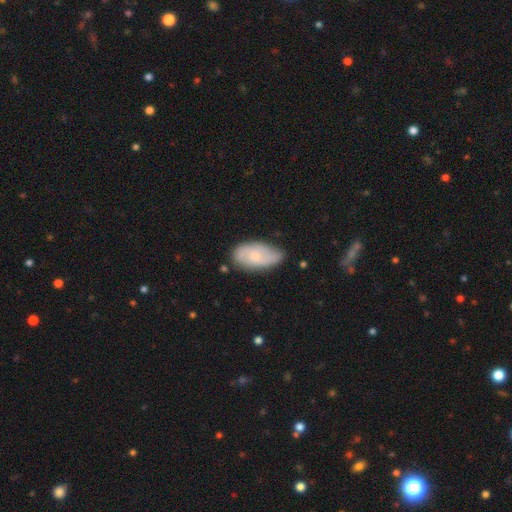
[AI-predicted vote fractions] Morphology: type=featured or disk (47%); merging=none (68%).